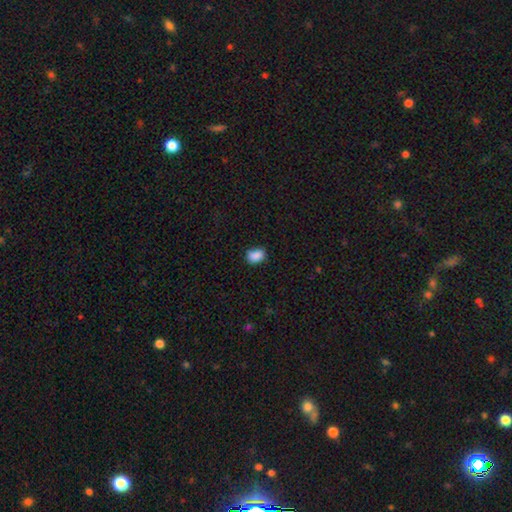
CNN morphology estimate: Q: Smooth or featured?
A: smooth (87%); runner-up: star or artifact (9%)
Q: How rounded?
A: in between (72%); runner-up: round (26%)
Q: Merging?
A: none (70%); runner-up: minor disturbance (23%)